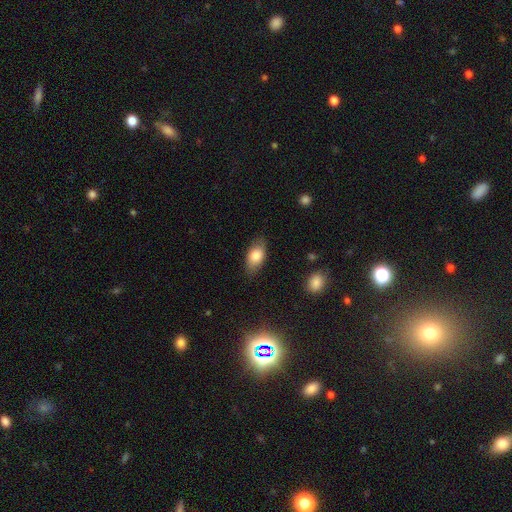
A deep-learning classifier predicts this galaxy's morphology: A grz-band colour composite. It shows a smooth galaxy with no disk features (81%) that is in between round and cigar-shaped (91%). Merging: none (81%).